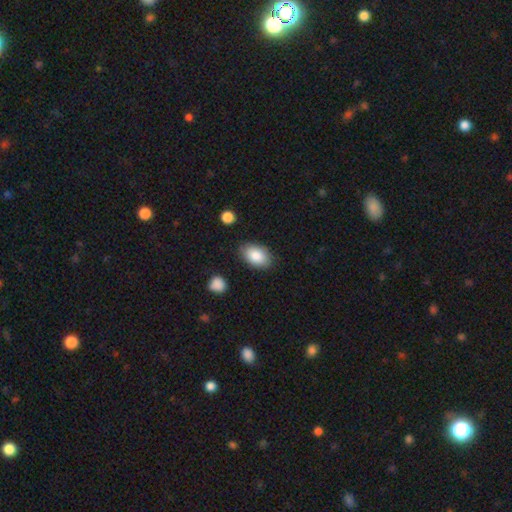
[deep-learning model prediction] Overall: smooth (86%). How rounded: in between (92%). Merging: none (84%).